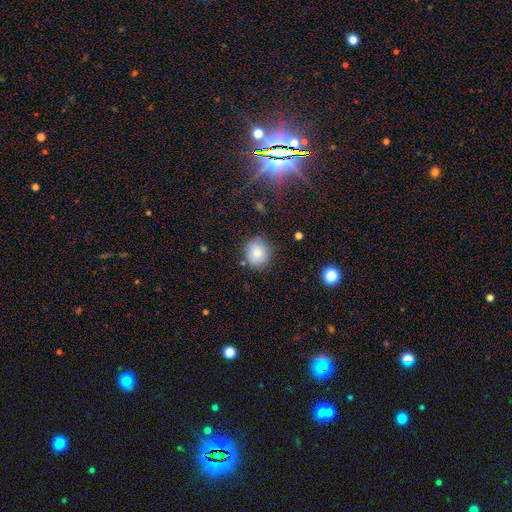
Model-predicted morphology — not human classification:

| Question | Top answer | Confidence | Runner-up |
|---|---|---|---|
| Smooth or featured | smooth | 82% | star or artifact (10%) |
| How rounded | round | 79% | in between (20%) |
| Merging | none | 80% | minor disturbance (14%) |